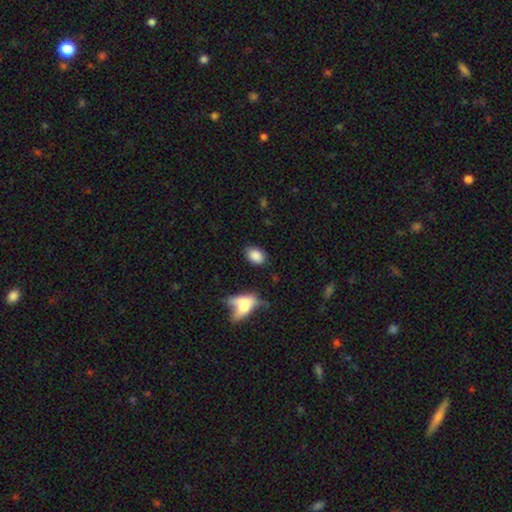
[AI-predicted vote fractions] Morphology: type=smooth (85%); roundness=in between (78%); merging=none (75%).